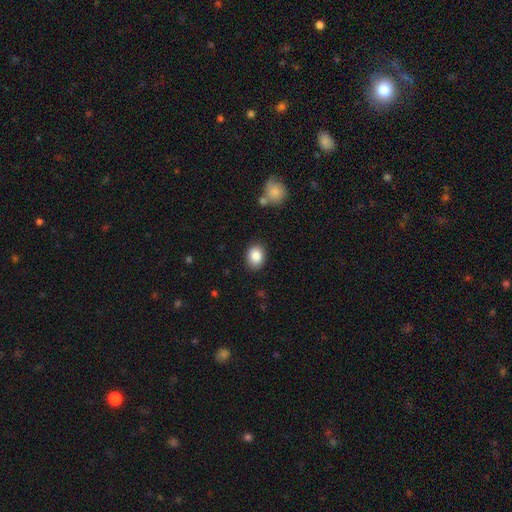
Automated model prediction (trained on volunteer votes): Smooth or featured?
  - smooth: 86% *
  - star or artifact: 8%
  - featured or disk: 5%
How rounded?
  - in between: 55% *
  - round: 44%
  - cigar-shaped: 1%
Merging?
  - none: 87% *
  - minor disturbance: 9%
  - major disturbance: 2%
  - merger: 2%